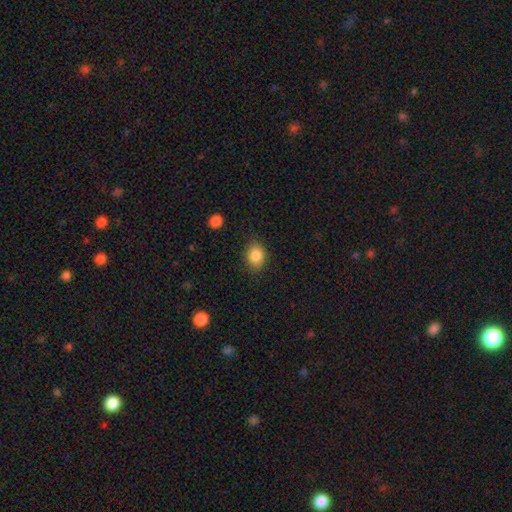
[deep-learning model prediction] Smooth or featured?
  - smooth: 86% *
  - star or artifact: 9%
  - featured or disk: 5%
How rounded?
  - round: 55% *
  - in between: 44%
  - cigar-shaped: 1%
Merging?
  - none: 83% *
  - minor disturbance: 12%
  - major disturbance: 3%
  - merger: 1%